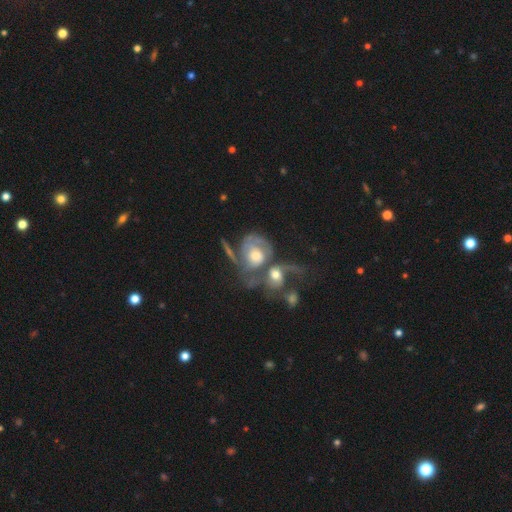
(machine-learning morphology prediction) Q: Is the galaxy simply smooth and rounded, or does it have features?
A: featured or disk — 73%.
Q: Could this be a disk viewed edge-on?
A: no — 96%.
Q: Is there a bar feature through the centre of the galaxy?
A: no — 73%.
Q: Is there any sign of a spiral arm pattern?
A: yes — 77%.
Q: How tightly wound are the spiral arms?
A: tight — 43%.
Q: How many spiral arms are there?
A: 2 — 38%.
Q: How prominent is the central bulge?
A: moderate — 65%.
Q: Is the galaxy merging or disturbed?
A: merger — 62%.